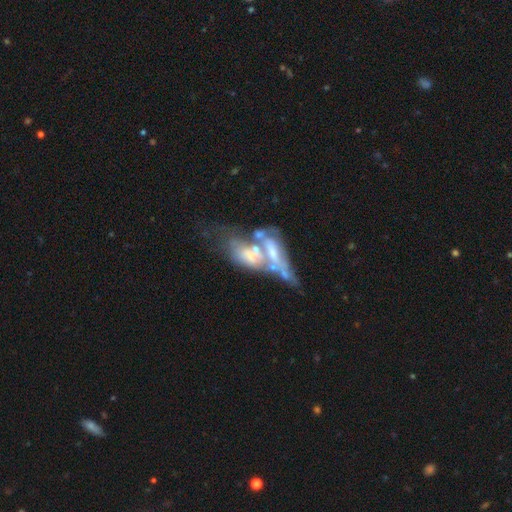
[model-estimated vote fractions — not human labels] Smooth or featured? featured or disk (66%)
Edge-on disk? no (82%)
Bar? no (75%)
Spiral arms? no (72%)
Bulge size? moderate (33%)
Merging? merger (66%)